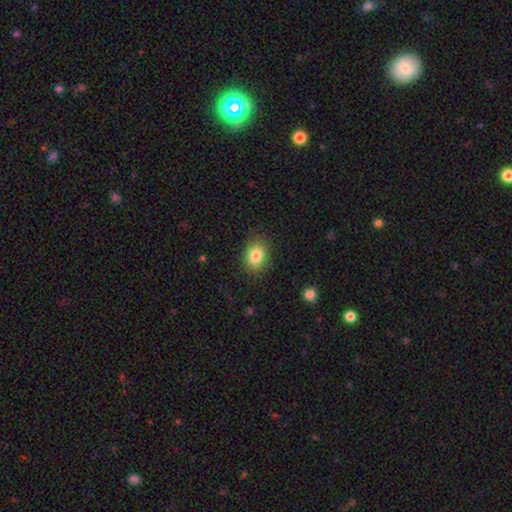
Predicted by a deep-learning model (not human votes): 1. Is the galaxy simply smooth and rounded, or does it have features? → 84% smooth, 9% star or artifact, 7% featured or disk.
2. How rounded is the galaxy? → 63% in between, 36% round, 1% cigar-shaped.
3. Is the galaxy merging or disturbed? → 85% none, 11% minor disturbance, 3% major disturbance, 1% merger.